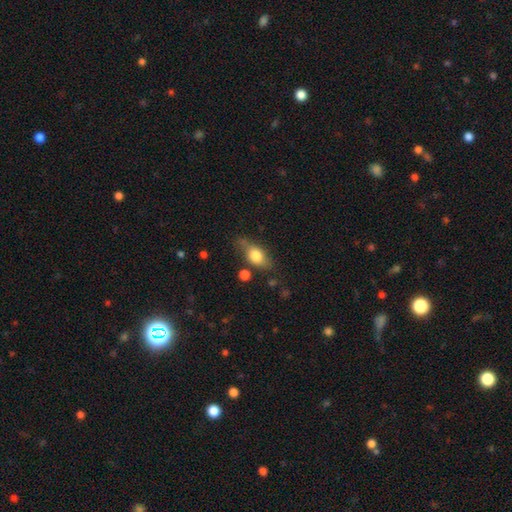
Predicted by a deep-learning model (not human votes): Q: Smooth or featured?
A: smooth (73%); runner-up: featured or disk (19%)
Q: How rounded?
A: in between (77%); runner-up: round (13%)
Q: Merging?
A: none (61%); runner-up: minor disturbance (25%)